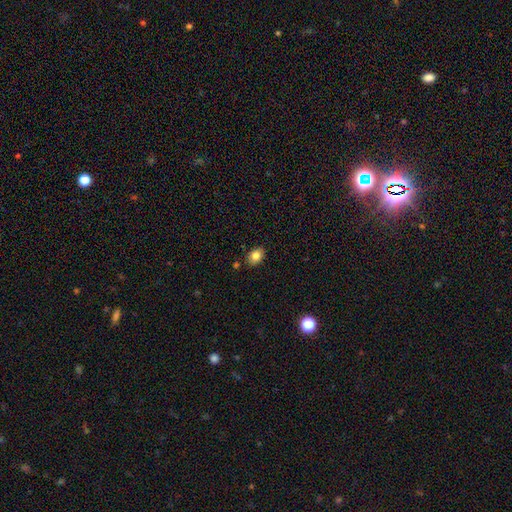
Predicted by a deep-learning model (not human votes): This is clearly a smooth galaxy (83%). How rounded: likely in between (72%). Merging: clearly none (85%).